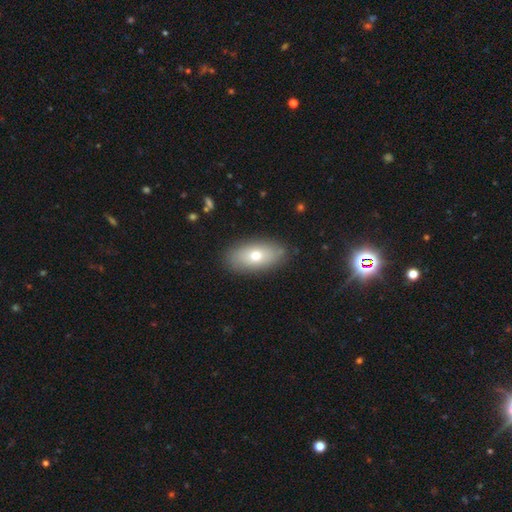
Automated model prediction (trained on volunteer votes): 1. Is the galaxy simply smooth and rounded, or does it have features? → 68% smooth, 23% featured or disk, 8% star or artifact.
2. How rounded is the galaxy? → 89% in between, 6% cigar-shaped, 5% round.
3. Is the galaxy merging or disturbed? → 87% none, 9% minor disturbance, 3% major disturbance, 1% merger.